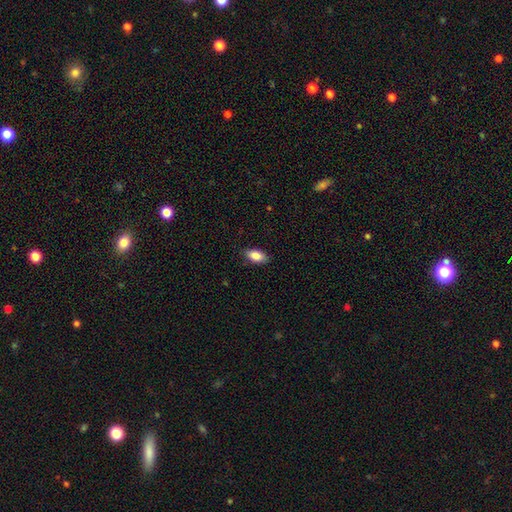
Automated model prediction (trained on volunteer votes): Smooth or featured?
  - smooth: 86% *
  - star or artifact: 7%
  - featured or disk: 7%
How rounded?
  - in between: 91% *
  - cigar-shaped: 6%
  - round: 4%
Merging?
  - none: 86% *
  - minor disturbance: 11%
  - major disturbance: 2%
  - merger: 1%